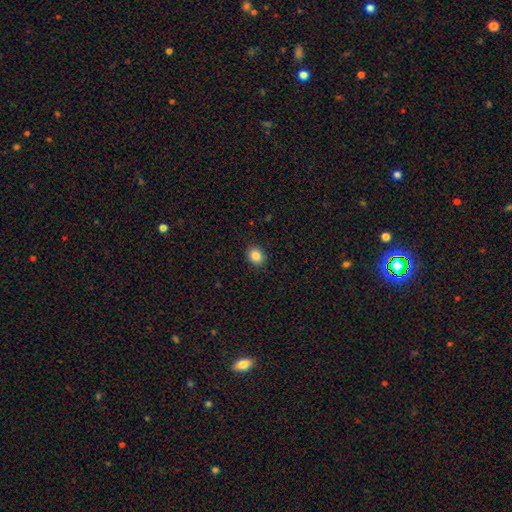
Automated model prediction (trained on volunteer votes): A smooth galaxy with no disk features (86%) that is round (67%).

Vote fractions:
- Smooth or featured? smooth: 86% / star or artifact: 10% / featured or disk: 4%
- How rounded? round: 67% / in between: 33% / cigar-shaped: 1%
- Merging? none: 90% / minor disturbance: 7% / major disturbance: 2% / merger: 1%